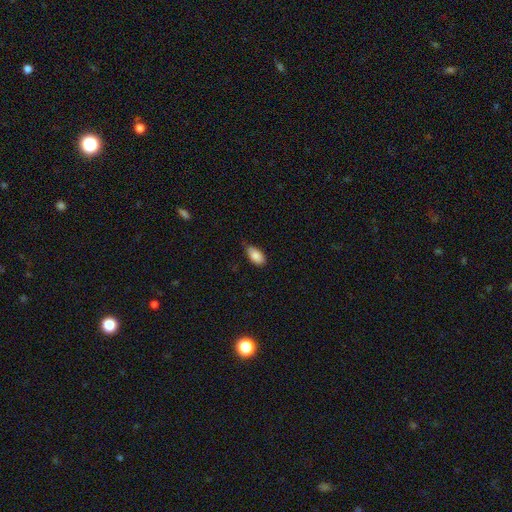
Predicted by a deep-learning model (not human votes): smooth-or-featured: smooth: 87% | star or artifact: 7% | featured or disk: 6%
  how-rounded: in between: 93% | cigar-shaped: 4% | round: 3%
  merging: none: 69% | minor disturbance: 26% | major disturbance: 3% | merger: 1%